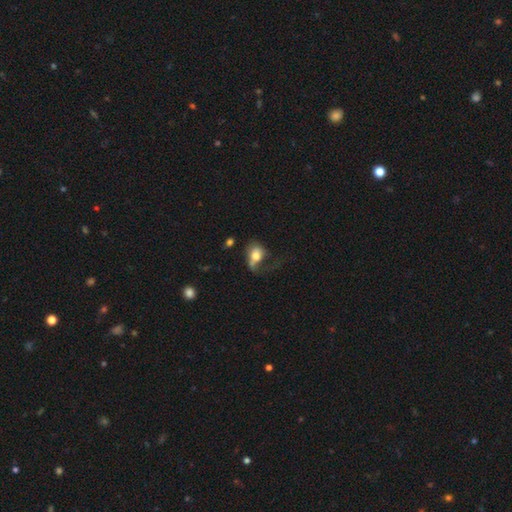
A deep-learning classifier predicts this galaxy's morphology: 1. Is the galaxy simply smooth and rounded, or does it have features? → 65% smooth, 27% featured or disk, 8% star or artifact.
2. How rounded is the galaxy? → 70% in between, 28% round, 2% cigar-shaped.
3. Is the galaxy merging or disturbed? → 53% major disturbance, 21% none, 20% minor disturbance, 6% merger.